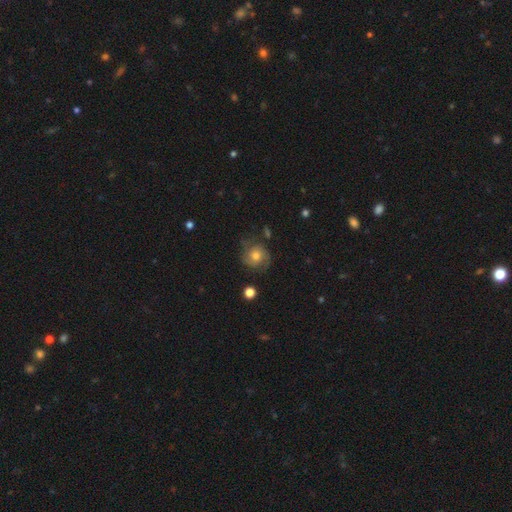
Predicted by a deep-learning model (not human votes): This is possibly a featured or disk galaxy (55%). It is clearly not viewed edge-on (97%). Bar: likely no (79%). Spiral arm pattern: clearly yes (88%). Central bulge: likely moderate (66%). Merging: likely none (69%).